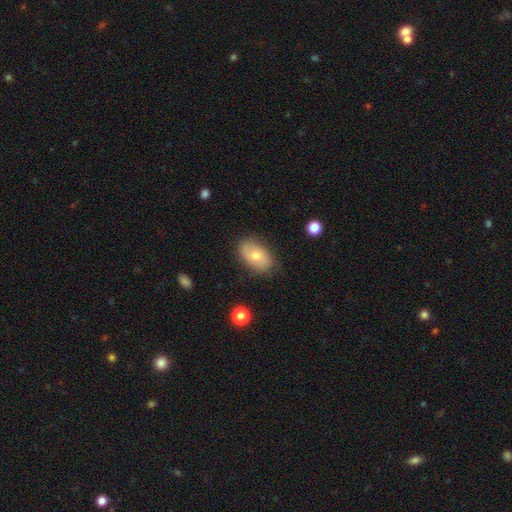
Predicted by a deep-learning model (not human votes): Overall: smooth (61%; featured or disk 31%). How rounded: in between (89%). Merging: none (80%).